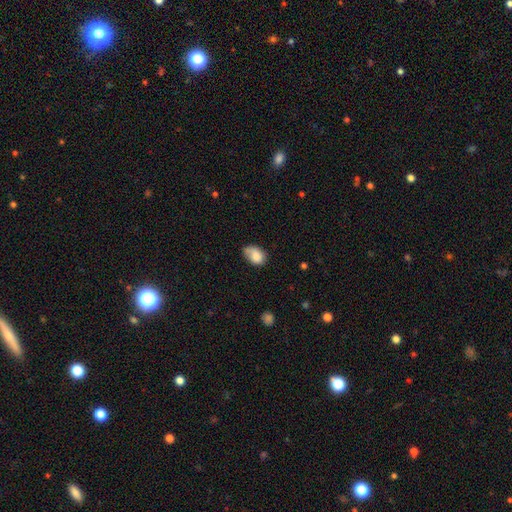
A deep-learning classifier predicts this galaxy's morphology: This appears to be a smooth galaxy with no disk features (79%) that is in between round and cigar-shaped (78%). Merging: none (46%).